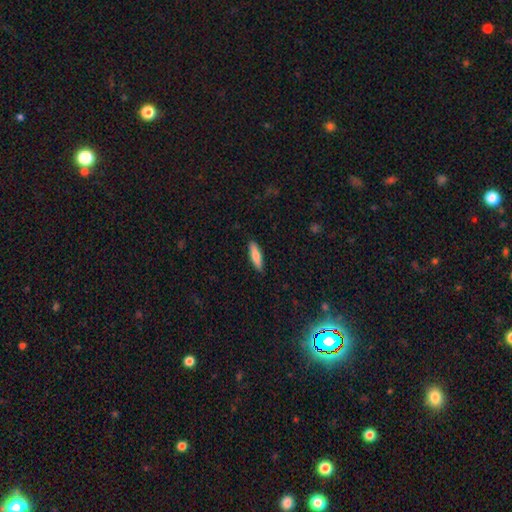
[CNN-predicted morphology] The model was most divided on "how rounded": cigar-shaped: 61%, in between: 37%, round: 2%. More confident: merging — none (89%); smooth or featured — smooth (76%).